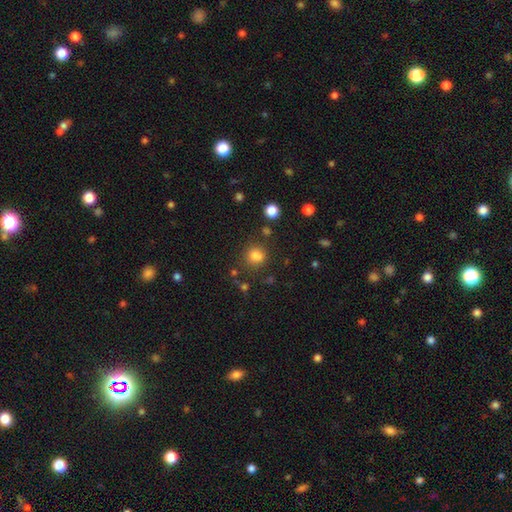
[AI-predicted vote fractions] smooth_or_featured: smooth (p=0.80) [alt: star or artifact p=0.14]
how_rounded: round (p=0.80) [alt: in between p=0.19]
merging: none (p=0.72) [alt: minor disturbance p=0.13]